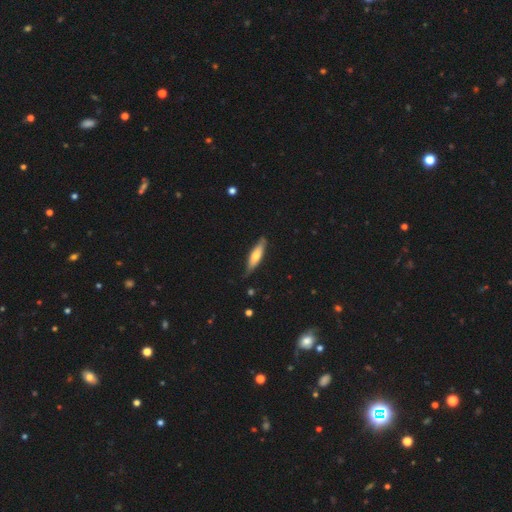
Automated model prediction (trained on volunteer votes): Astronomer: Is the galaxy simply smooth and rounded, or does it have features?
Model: smooth — 57% (runner-up: featured or disk, 37%).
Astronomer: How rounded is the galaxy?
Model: cigar-shaped — 70%.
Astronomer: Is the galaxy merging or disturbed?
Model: none — 79%.